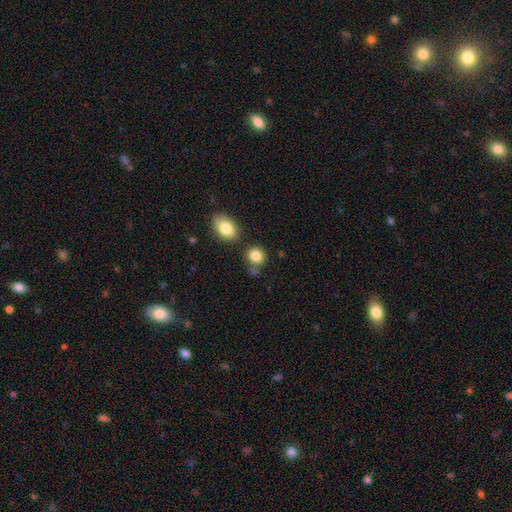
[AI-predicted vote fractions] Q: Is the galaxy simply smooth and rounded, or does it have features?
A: smooth — 85%.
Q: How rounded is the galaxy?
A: round — 75%.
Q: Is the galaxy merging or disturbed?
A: none — 72%.